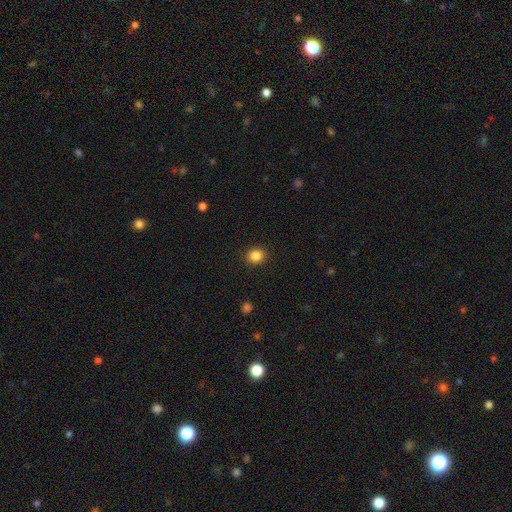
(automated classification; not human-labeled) Q: Smooth or featured?
A: smooth (85%); runner-up: star or artifact (11%)
Q: How rounded?
A: round (77%); runner-up: in between (22%)
Q: Merging?
A: none (91%); runner-up: minor disturbance (6%)